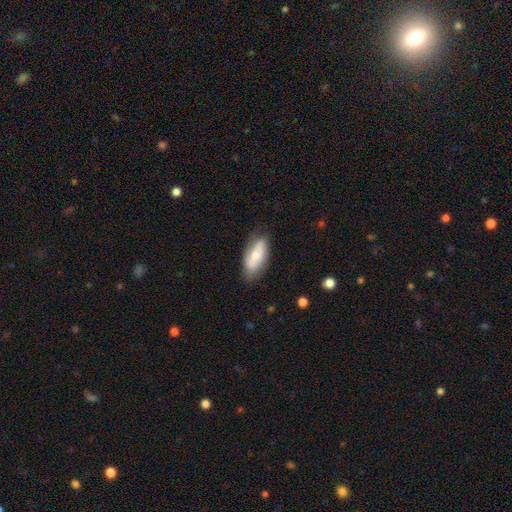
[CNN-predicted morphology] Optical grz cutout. It shows a smooth galaxy with no disk features (60%) that is in between round and cigar-shaped (85%). Merging: none (68%).